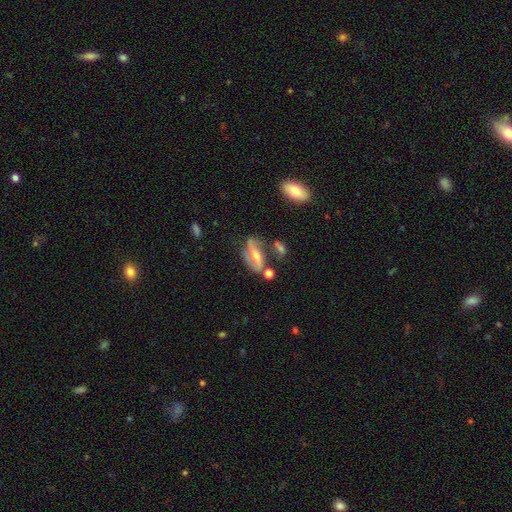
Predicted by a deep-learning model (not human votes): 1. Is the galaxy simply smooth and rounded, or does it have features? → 70% featured or disk, 19% smooth, 11% star or artifact.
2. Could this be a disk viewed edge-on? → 88% no, 12% yes.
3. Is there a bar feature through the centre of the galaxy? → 39% strong, 34% weak, 28% no.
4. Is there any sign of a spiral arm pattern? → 80% yes, 20% no.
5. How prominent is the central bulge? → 57% moderate, 36% small, 3% large, 2% none, 1% dominant.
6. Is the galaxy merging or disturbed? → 59% none, 20% minor disturbance, 11% major disturbance, 10% merger.